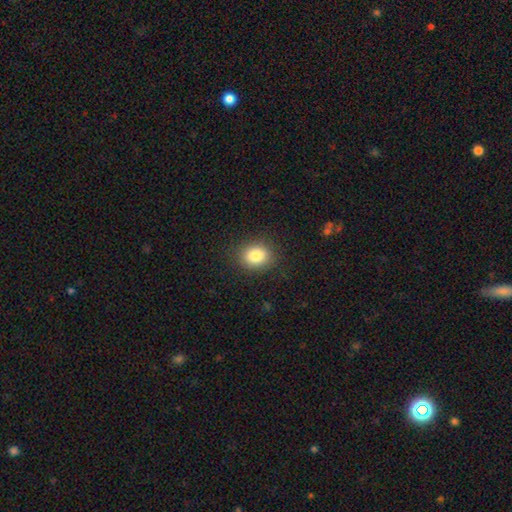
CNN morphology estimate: The model was most divided on "how rounded": round: 54%, in between: 45%, cigar-shaped: 1%. More confident: merging — none (87%); smooth or featured — smooth (84%).